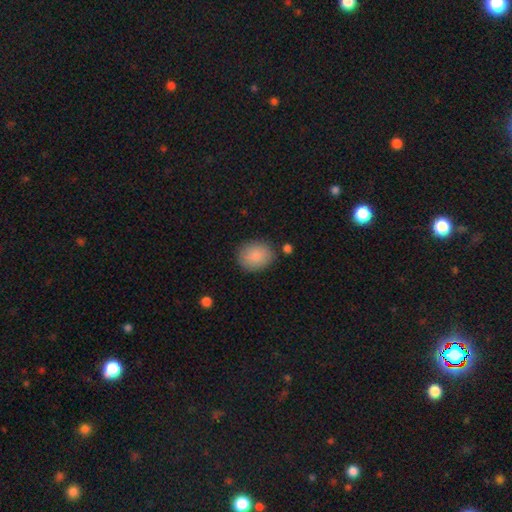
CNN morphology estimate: A smooth galaxy with no disk features (88%) that is round (55%). Merging: none (81%).